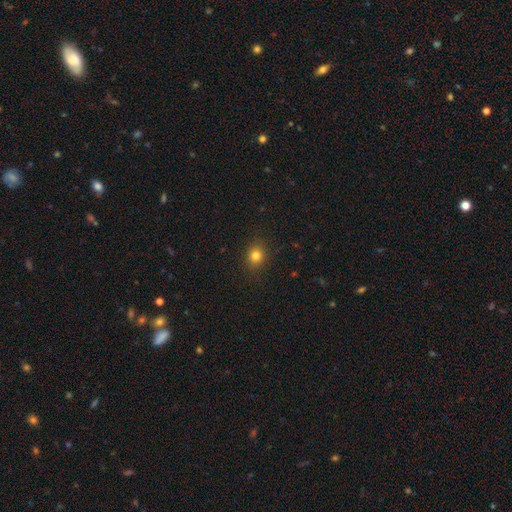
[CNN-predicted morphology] Smooth or featured?
  - smooth: 81% *
  - star or artifact: 13%
  - featured or disk: 6%
How rounded?
  - round: 78% *
  - in between: 21%
  - cigar-shaped: 1%
Merging?
  - none: 89% *
  - minor disturbance: 7%
  - major disturbance: 2%
  - merger: 1%